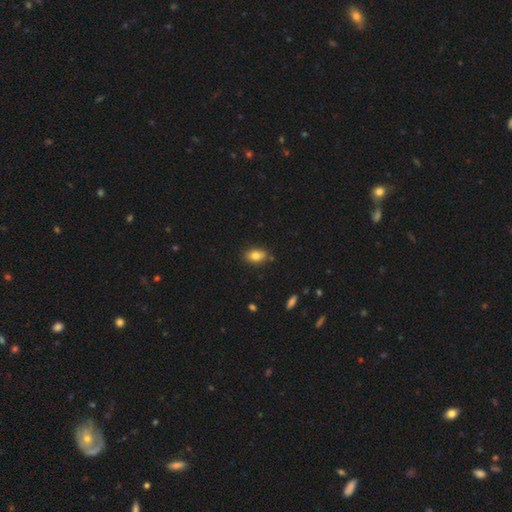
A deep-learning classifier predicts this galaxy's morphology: smooth 81%, featured or disk 10%, star or artifact 9%. Down the decision tree: how rounded — in between (86%); merging — none (79%).